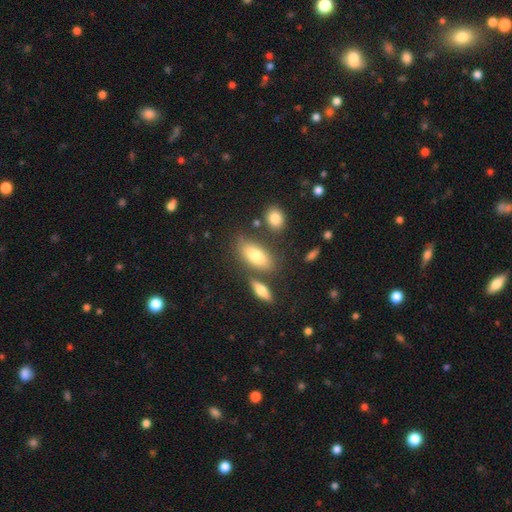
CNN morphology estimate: Smooth or featured?
  - smooth: 75% *
  - featured or disk: 17%
  - star or artifact: 8%
How rounded?
  - in between: 84% *
  - cigar-shaped: 12%
  - round: 4%
Merging?
  - none: 67% *
  - minor disturbance: 14%
  - merger: 14%
  - major disturbance: 5%